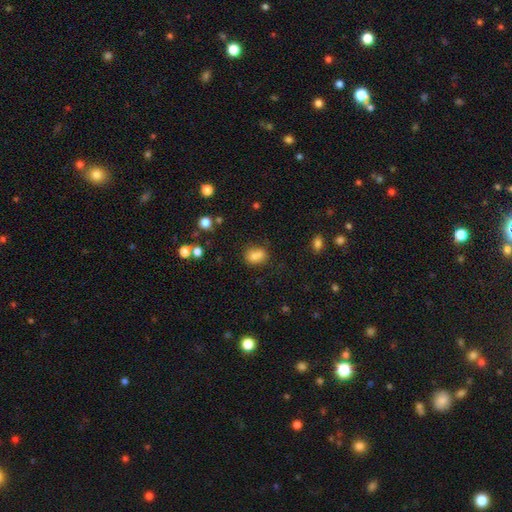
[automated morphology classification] Smooth or featured? Predicted: smooth (p=0.76). How rounded? Predicted: in between (p=0.50). Merging? Predicted: none (p=0.47).